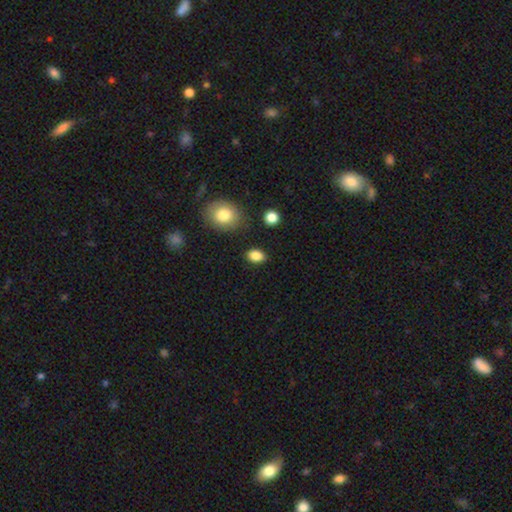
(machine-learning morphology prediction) Smooth or featured? Predicted: smooth (p=0.86). How rounded? Predicted: in between (p=0.76). Merging? Predicted: none (p=0.86).